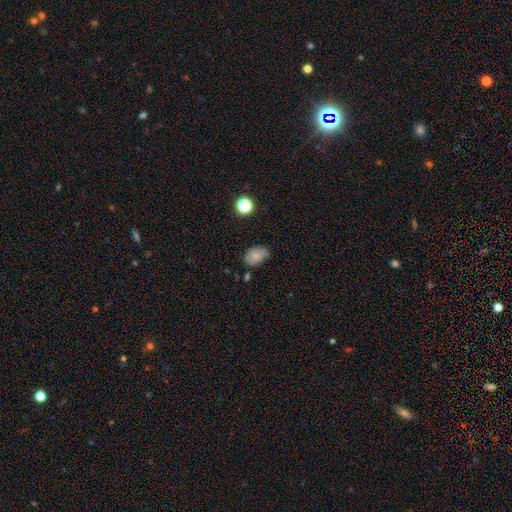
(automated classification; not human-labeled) The model was most divided on "merging": none: 68%, minor disturbance: 25%, major disturbance: 5%, merger: 3%. More confident: how rounded — in between (81%); smooth or featured — smooth (77%).